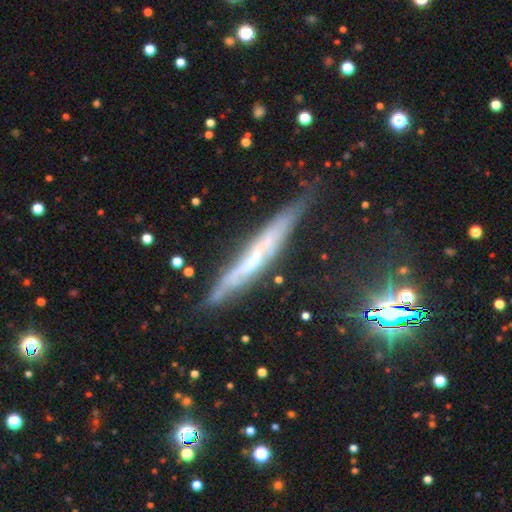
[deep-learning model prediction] Smooth or featured? Predicted: featured or disk (p=0.65). Edge-on disk? Predicted: yes (p=0.85). Edge-on bulge? Predicted: none (p=0.68). Merging? Predicted: none (p=0.69).